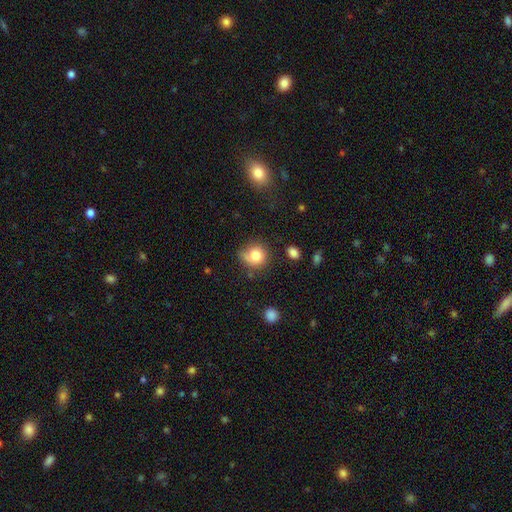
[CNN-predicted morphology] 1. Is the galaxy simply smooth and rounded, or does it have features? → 79% smooth, 12% featured or disk, 10% star or artifact.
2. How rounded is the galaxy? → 79% round, 20% in between, 1% cigar-shaped.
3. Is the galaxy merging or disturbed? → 54% none, 28% minor disturbance, 12% major disturbance, 6% merger.